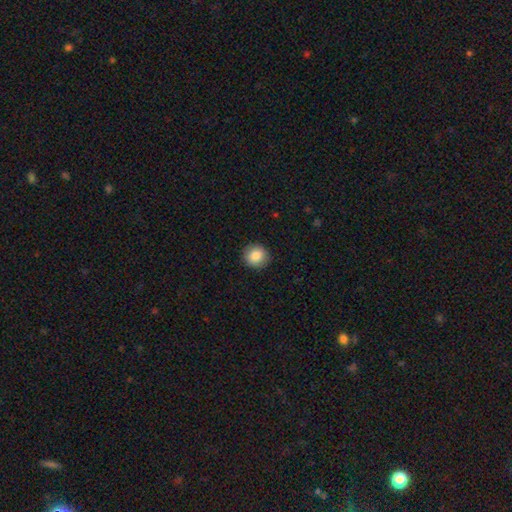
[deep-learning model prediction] Q: Smooth or featured?
A: smooth (86%); runner-up: star or artifact (8%)
Q: How rounded?
A: round (91%); runner-up: in between (9%)
Q: Merging?
A: none (91%); runner-up: minor disturbance (6%)